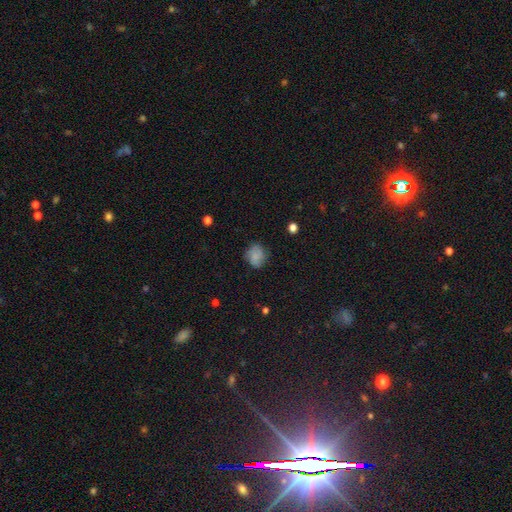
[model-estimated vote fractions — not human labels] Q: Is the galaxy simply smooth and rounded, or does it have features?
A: smooth — 80%.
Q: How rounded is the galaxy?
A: round — 74%.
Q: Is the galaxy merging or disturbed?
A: none — 74%.